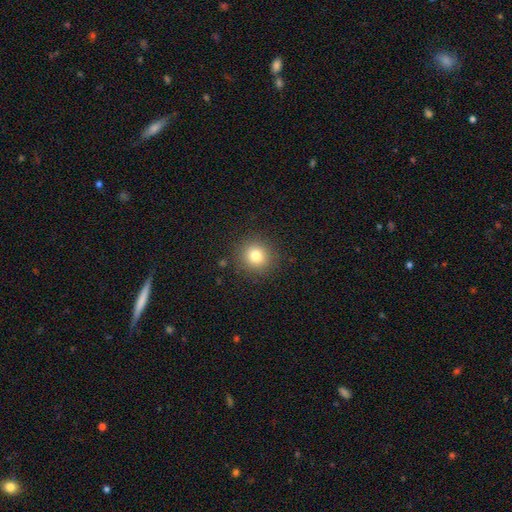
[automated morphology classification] A smooth galaxy with no disk features (79%) that is round (91%).

Vote fractions:
- Smooth or featured? smooth: 79% / star or artifact: 12% / featured or disk: 8%
- How rounded? round: 91% / in between: 8% / cigar-shaped: 1%
- Merging? none: 89% / minor disturbance: 7% / major disturbance: 3% / merger: 1%